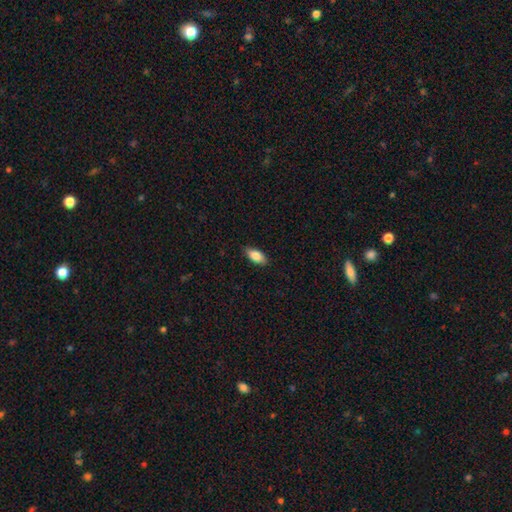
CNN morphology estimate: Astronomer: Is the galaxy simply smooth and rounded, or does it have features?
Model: smooth — 83%.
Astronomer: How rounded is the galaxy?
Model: in between — 88%.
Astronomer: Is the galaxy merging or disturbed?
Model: none — 86%.